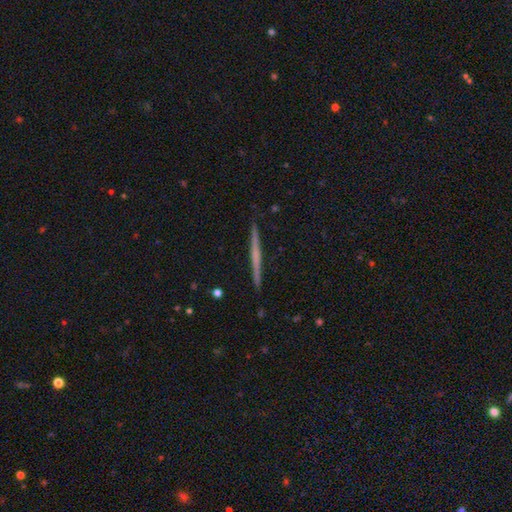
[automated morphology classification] The model was most divided on "smooth or featured": featured or disk: 58%, smooth: 37%, star or artifact: 6%. More confident: edge-on disk — yes (98%); merging — none (92%); edge-on bulge — none (80%).